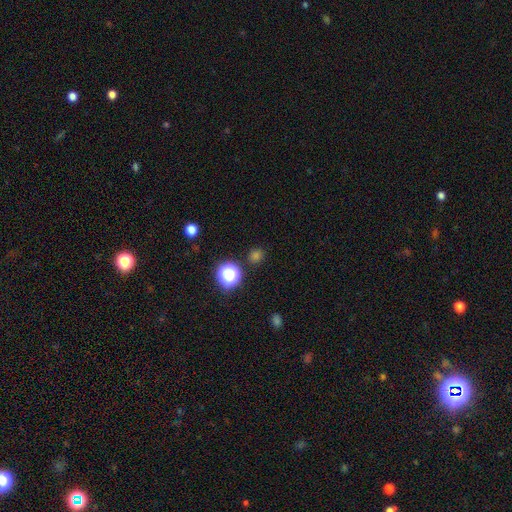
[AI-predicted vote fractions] This appears to be a smooth galaxy with no disk features (60%) that is round (89%). Merging: none (86%).